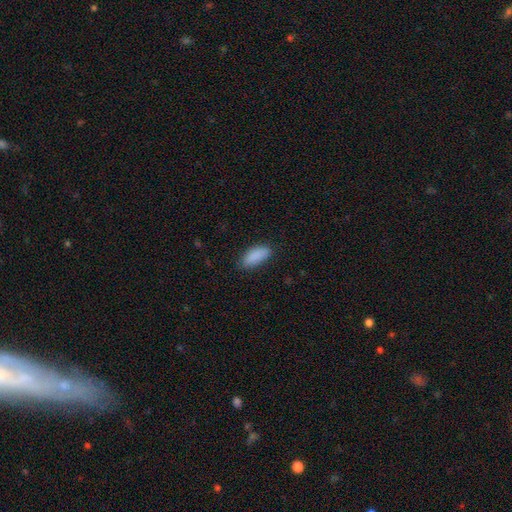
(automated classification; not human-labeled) smooth_or_featured: smooth (p=0.89) [alt: star or artifact p=0.07]
how_rounded: in between (p=0.82) [alt: cigar-shaped p=0.16]
merging: none (p=0.82) [alt: minor disturbance p=0.15]